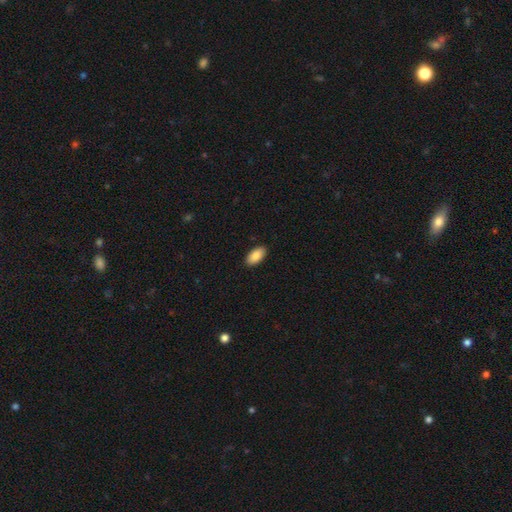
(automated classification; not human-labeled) Smooth or featured? smooth (89%)
How rounded? in between (95%)
Merging? none (90%)